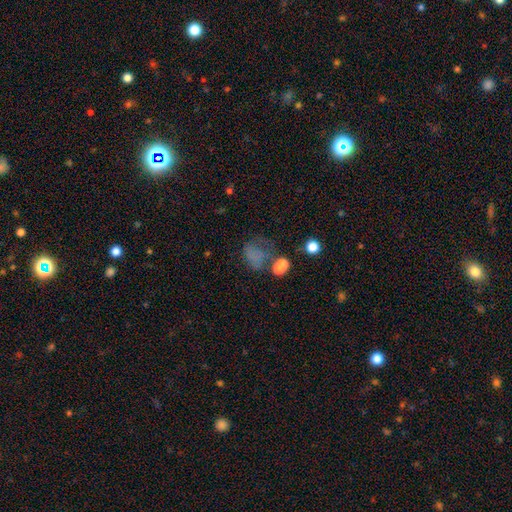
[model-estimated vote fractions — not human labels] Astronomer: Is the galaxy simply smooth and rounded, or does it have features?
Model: smooth — 55%.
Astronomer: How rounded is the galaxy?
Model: in between — 52% (runner-up: round, 46%).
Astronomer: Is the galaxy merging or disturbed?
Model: major disturbance — 36% (runner-up: none, 31%).